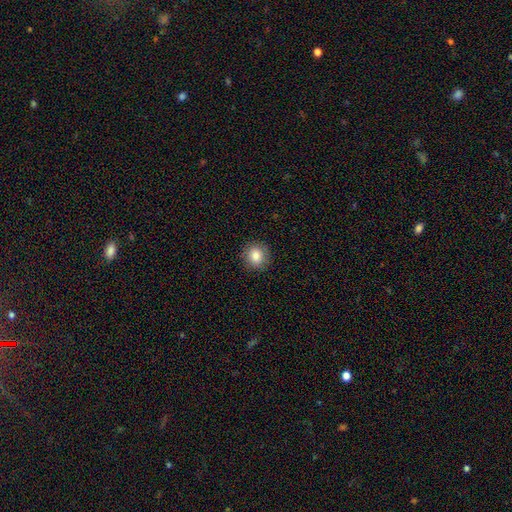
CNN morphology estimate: This is clearly a smooth galaxy (84%). How rounded: clearly round (84%). Merging: clearly none (89%).